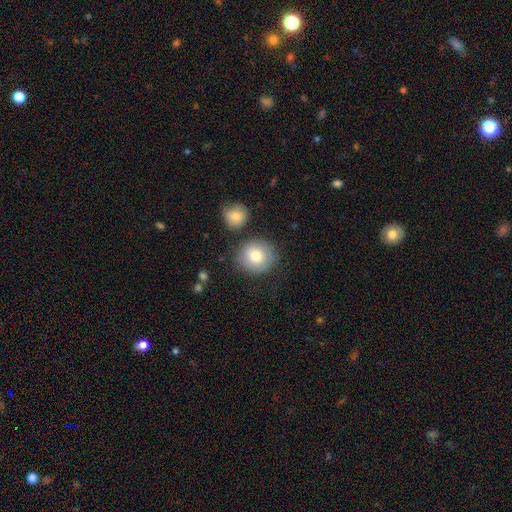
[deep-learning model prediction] Smooth or featured?
  - smooth: 79% *
  - featured or disk: 13%
  - star or artifact: 8%
How rounded?
  - round: 87% *
  - in between: 12%
  - cigar-shaped: 1%
Merging?
  - none: 77% *
  - minor disturbance: 11%
  - merger: 9%
  - major disturbance: 4%